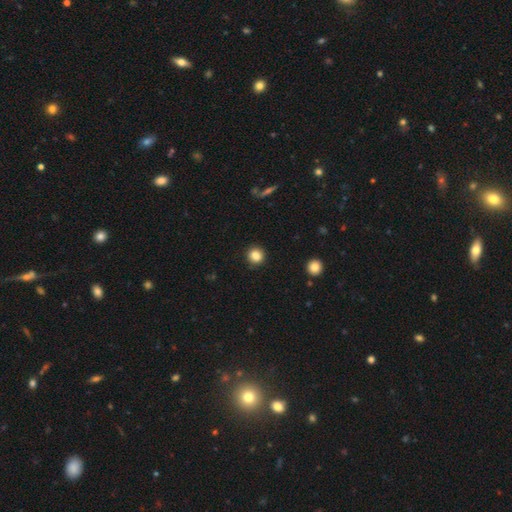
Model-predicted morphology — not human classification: Smooth or featured? smooth (85%)
How rounded? round (90%)
Merging? none (91%)